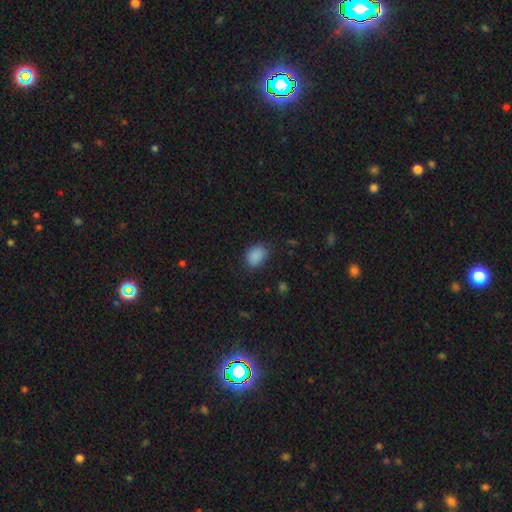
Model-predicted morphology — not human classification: type=smooth (87%); roundness=in between (67%); merging=none (76%).